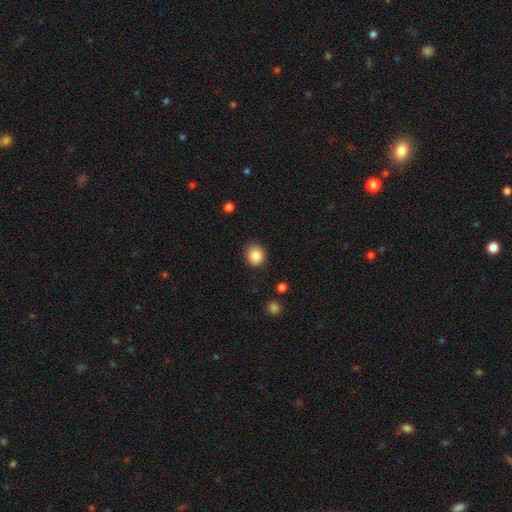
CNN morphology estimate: A smooth galaxy with no disk features (86%) that is round (77%).

Vote fractions:
- Smooth or featured? smooth: 86% / star or artifact: 9% / featured or disk: 5%
- How rounded? round: 77% / in between: 22% / cigar-shaped: 1%
- Merging? none: 89% / minor disturbance: 8% / major disturbance: 2% / merger: 1%